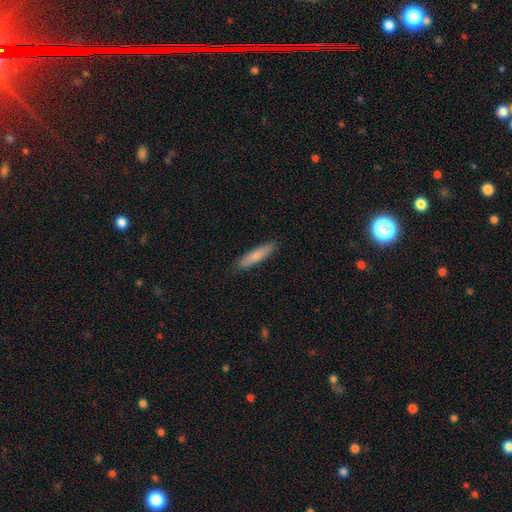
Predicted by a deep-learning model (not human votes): A smooth galaxy with no disk features (76%) that is cigar-shaped (84%).

Vote fractions:
- Smooth or featured? smooth: 76% / featured or disk: 19% / star or artifact: 6%
- How rounded? cigar-shaped: 84% / in between: 15% / round: 1%
- Merging? none: 89% / minor disturbance: 8% / major disturbance: 2% / merger: 1%